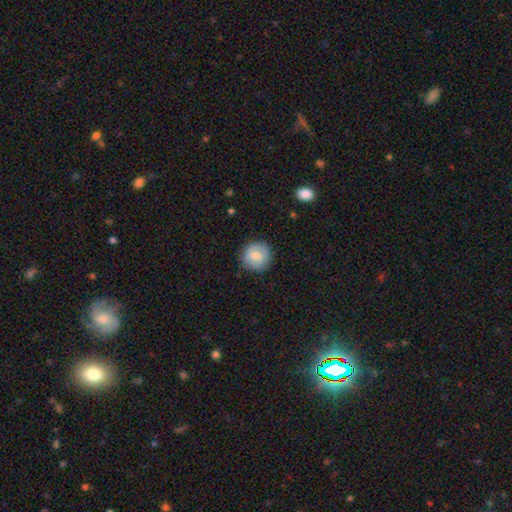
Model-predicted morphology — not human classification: A smooth galaxy with no disk features (77%) that is round (91%).

Vote fractions:
- Smooth or featured? smooth: 77% / featured or disk: 16% / star or artifact: 7%
- How rounded? round: 91% / in between: 8% / cigar-shaped: 1%
- Merging? none: 85% / minor disturbance: 11% / major disturbance: 3% / merger: 1%